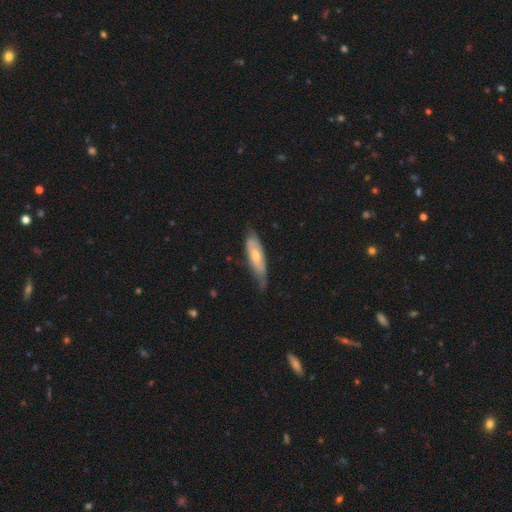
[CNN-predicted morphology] A smooth galaxy with no disk features (54%) that is cigar-shaped (53%).

Vote fractions:
- Smooth or featured? smooth: 54% / featured or disk: 40% / star or artifact: 5%
- How rounded? cigar-shaped: 53% / in between: 45% / round: 2%
- Merging? none: 52% / minor disturbance: 38% / major disturbance: 9% / merger: 2%